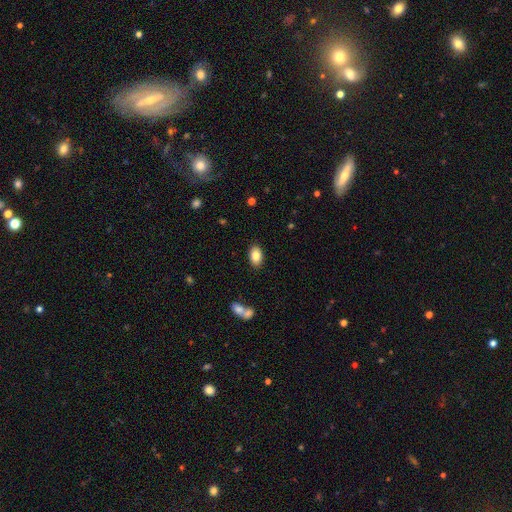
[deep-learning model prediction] Smooth or featured? smooth (85%)
How rounded? in between (90%)
Merging? none (87%)